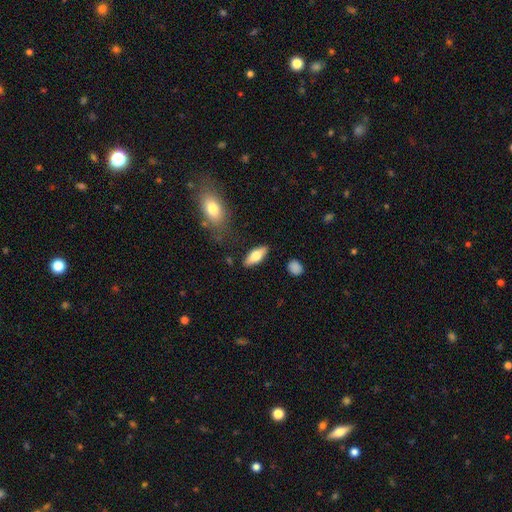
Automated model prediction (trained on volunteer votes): Q: Smooth or featured?
A: smooth (67%); runner-up: featured or disk (27%)
Q: How rounded?
A: in between (73%); runner-up: cigar-shaped (24%)
Q: Merging?
A: none (83%); runner-up: minor disturbance (11%)